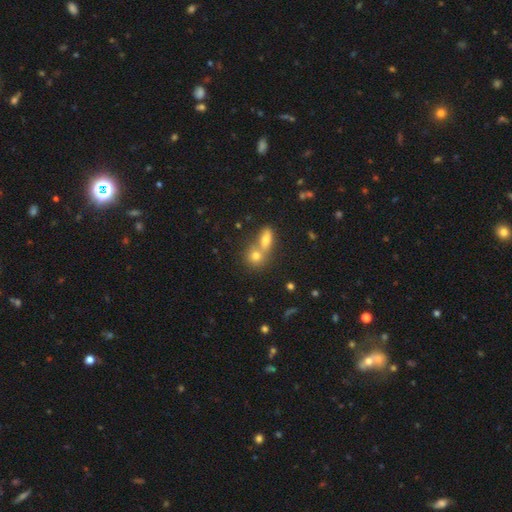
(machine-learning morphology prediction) Smooth or featured?
  - smooth: 74% *
  - featured or disk: 14%
  - star or artifact: 12%
How rounded?
  - round: 62% *
  - in between: 33%
  - cigar-shaped: 5%
Merging?
  - merger: 52% *
  - none: 38%
  - minor disturbance: 7%
  - major disturbance: 3%